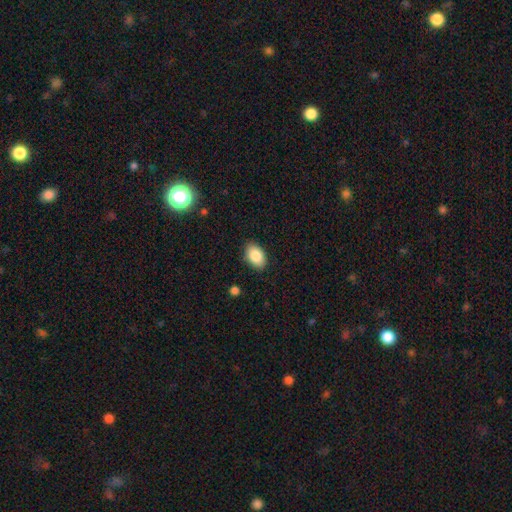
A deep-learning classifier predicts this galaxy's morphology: Smooth or featured: smooth — 86% (star or artifact — 7%)
How rounded: in between — 88% (round — 11%)
Merging: none — 87% (minor disturbance — 10%)